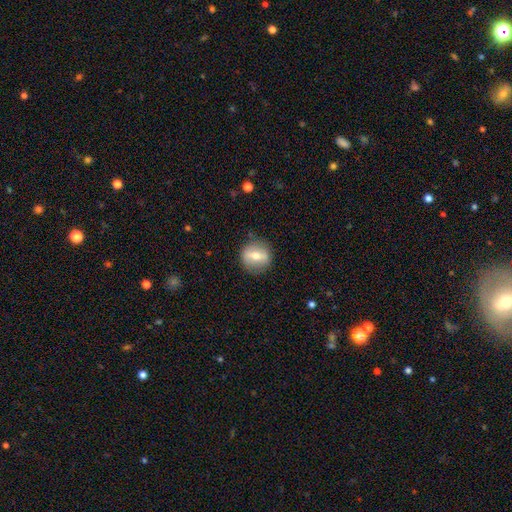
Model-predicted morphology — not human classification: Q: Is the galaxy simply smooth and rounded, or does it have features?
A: smooth — 49%.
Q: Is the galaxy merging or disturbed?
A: none — 84%.